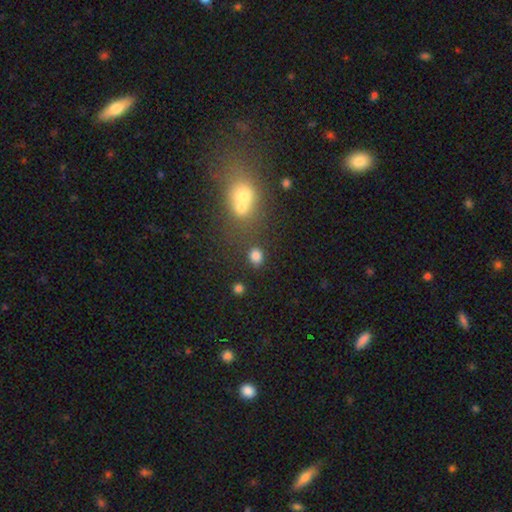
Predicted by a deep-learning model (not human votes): Morphology: type=smooth (81%); roundness=round (50%); merging=none (75%).